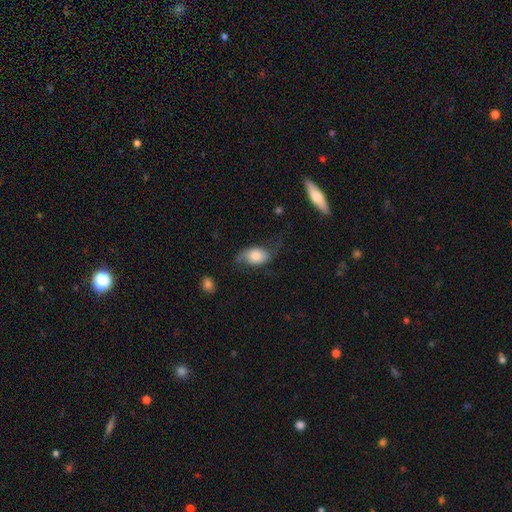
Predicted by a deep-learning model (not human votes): Smooth or featured: smooth — 57% (featured or disk — 35%)
How rounded: in between — 82% (round — 16%)
Merging: none — 46% (minor disturbance — 29%)